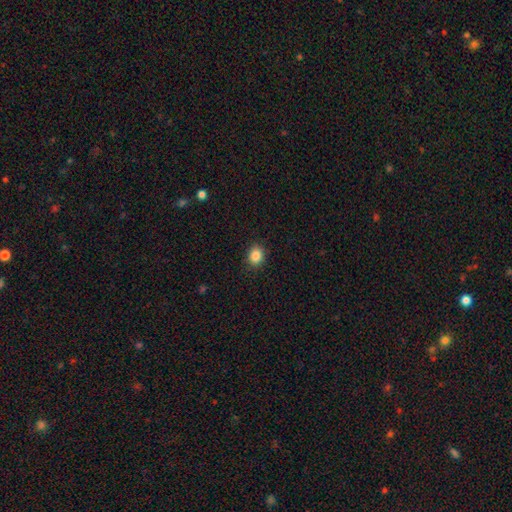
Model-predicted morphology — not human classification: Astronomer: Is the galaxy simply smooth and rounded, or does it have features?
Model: smooth — 86%.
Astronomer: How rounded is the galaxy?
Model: round — 63%.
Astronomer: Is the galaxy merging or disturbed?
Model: none — 89%.